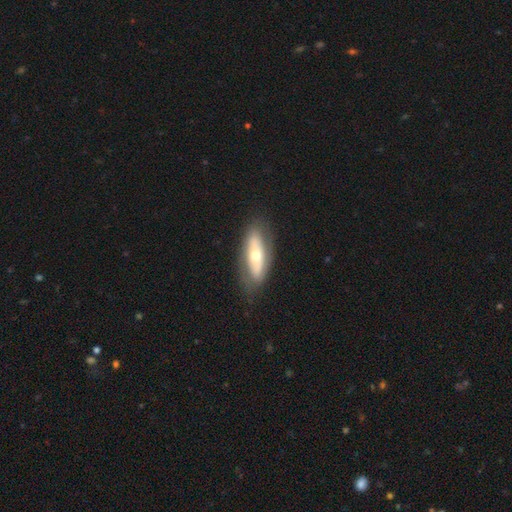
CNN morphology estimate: Overall: featured or disk (48%; smooth 46%). Merging: none (79%).